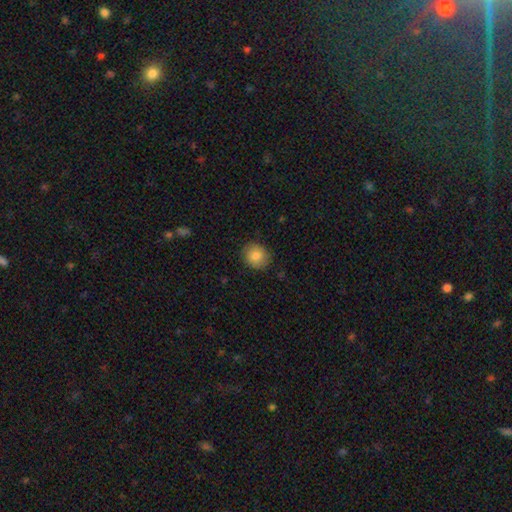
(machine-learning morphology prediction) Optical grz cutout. It shows a smooth galaxy with no disk features (85%) that is round (79%). Merging: none (87%).